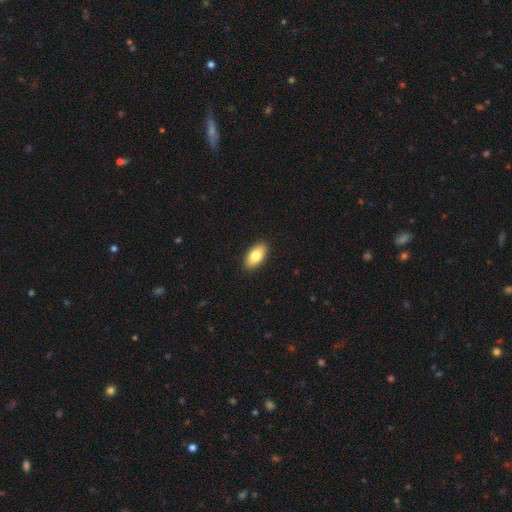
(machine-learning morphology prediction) type=smooth (81%); roundness=in between (93%); merging=none (90%).